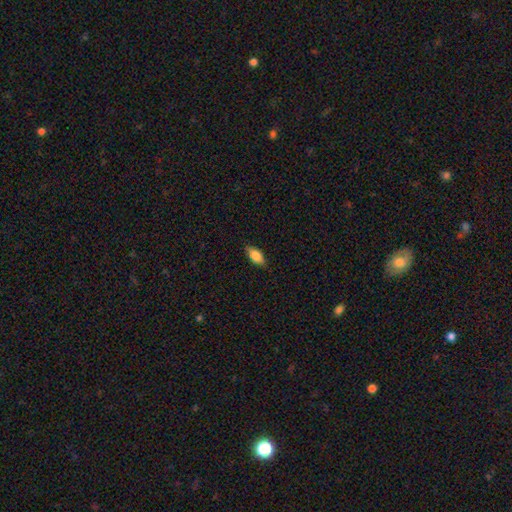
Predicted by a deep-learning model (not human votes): Smooth or featured? smooth (81%)
How rounded? in between (86%)
Merging? none (83%)